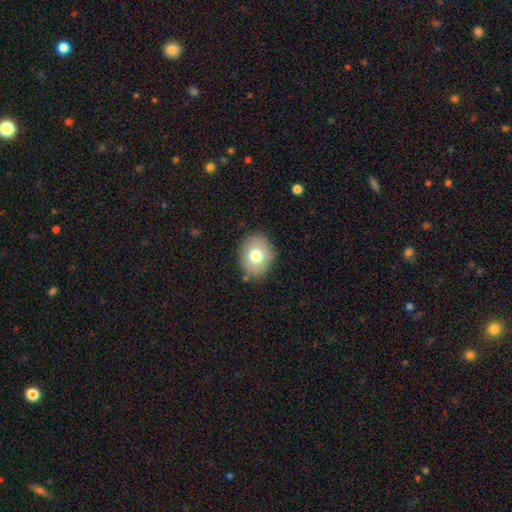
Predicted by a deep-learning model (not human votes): smooth_or_featured: smooth (p=0.74) [alt: featured or disk p=0.17]
how_rounded: in between (p=0.55) [alt: round p=0.44]
merging: none (p=0.83) [alt: minor disturbance p=0.12]